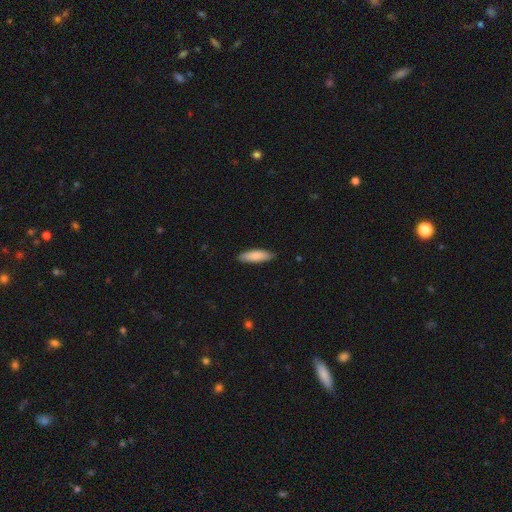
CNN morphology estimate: This is clearly a smooth galaxy (85%). How rounded: possibly cigar-shaped (51%). Merging: clearly none (85%).